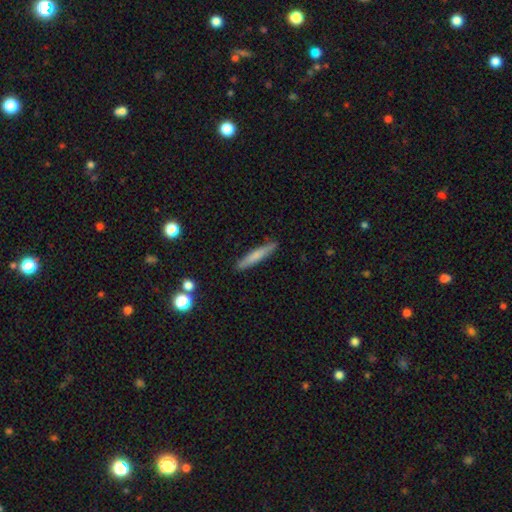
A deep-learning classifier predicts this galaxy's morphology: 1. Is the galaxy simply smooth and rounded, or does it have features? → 69% smooth, 24% featured or disk, 6% star or artifact.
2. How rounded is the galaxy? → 93% cigar-shaped, 5% in between, 1% round.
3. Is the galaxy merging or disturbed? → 89% none, 8% minor disturbance, 2% major disturbance, 2% merger.